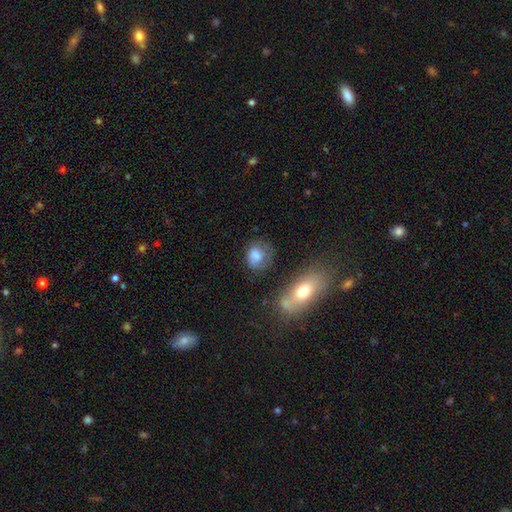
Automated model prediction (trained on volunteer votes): Q: Smooth or featured?
A: smooth (75%); runner-up: featured or disk (15%)
Q: How rounded?
A: round (53%); runner-up: in between (45%)
Q: Merging?
A: none (57%); runner-up: minor disturbance (26%)